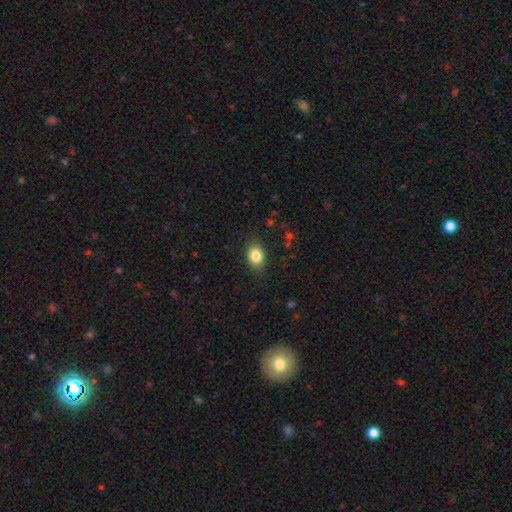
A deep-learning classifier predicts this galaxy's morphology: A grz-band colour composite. It shows a smooth galaxy with no disk features (84%) that is in between round and cigar-shaped (65%). Merging: none (86%).